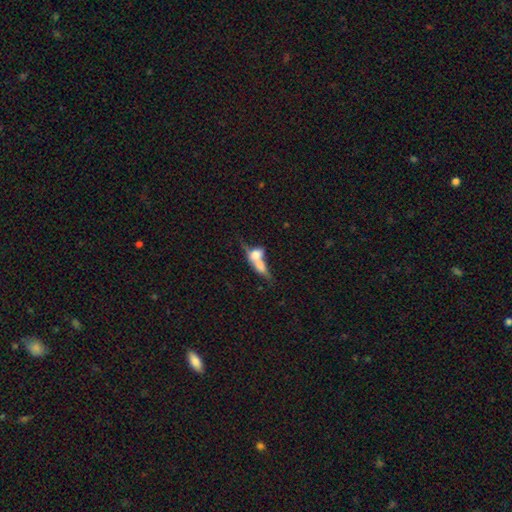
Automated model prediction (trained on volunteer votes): Q: Smooth or featured?
A: smooth (53%); runner-up: featured or disk (37%)
Q: How rounded?
A: in between (59%); runner-up: cigar-shaped (21%)
Q: Merging?
A: merger (64%); runner-up: none (17%)